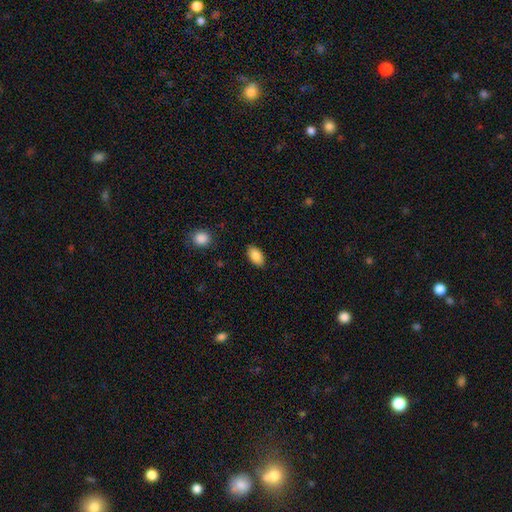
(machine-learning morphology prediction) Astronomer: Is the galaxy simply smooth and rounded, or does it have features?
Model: smooth — 87%.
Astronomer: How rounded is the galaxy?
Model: in between — 93%.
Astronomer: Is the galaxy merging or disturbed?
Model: none — 87%.